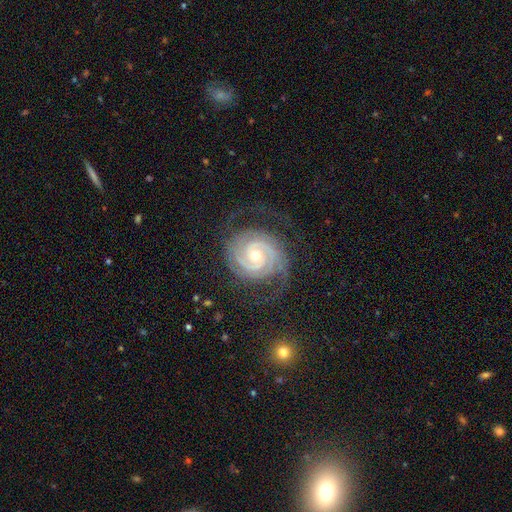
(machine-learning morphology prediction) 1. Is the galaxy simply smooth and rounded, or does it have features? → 92% featured or disk, 5% star or artifact, 3% smooth.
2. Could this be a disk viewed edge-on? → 98% no, 2% yes.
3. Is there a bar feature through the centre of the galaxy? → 59% no, 29% weak, 12% strong.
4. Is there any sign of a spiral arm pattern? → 99% yes, 1% no.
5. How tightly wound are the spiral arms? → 78% tight, 19% medium, 3% loose.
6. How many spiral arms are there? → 58% 2, 17% 3, 10% can't tell, 6% 4, 4% more than 4, 4% 1.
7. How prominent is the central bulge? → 55% small, 43% moderate, 1% large, 1% none, 1% dominant.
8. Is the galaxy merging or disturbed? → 69% none, 17% minor disturbance, 13% major disturbance, 1% merger.